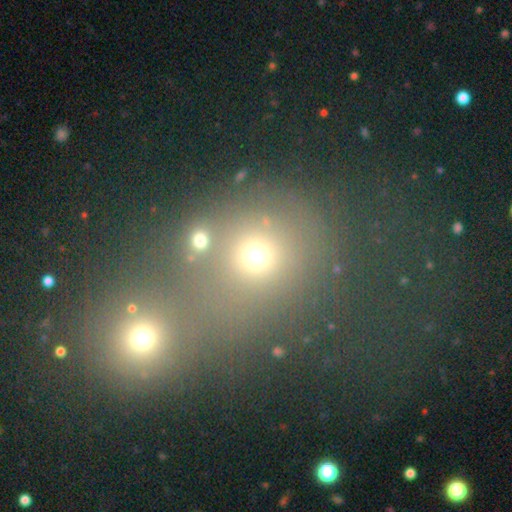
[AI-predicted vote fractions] This appears to be a smooth galaxy with no disk features (63%) that is round (79%). Merging: merger (50%).